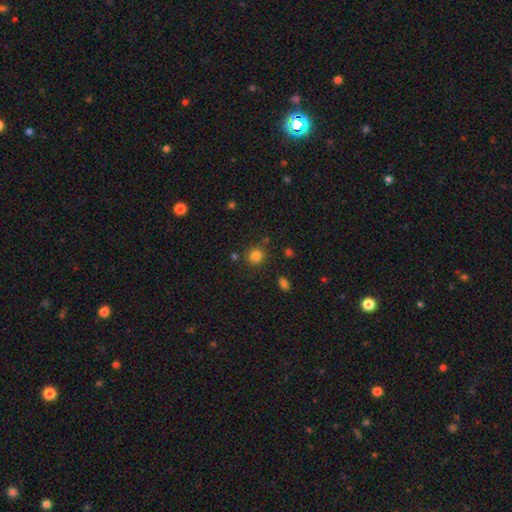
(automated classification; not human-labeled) Smooth or featured? Predicted: smooth (p=0.81). How rounded? Predicted: round (p=0.87). Merging? Predicted: none (p=0.83).